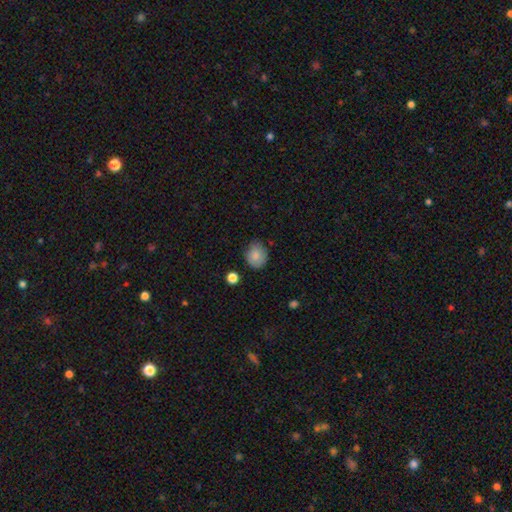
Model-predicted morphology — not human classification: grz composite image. It shows a smooth galaxy with no disk features (84%) that is round (59%). Merging: none (73%).